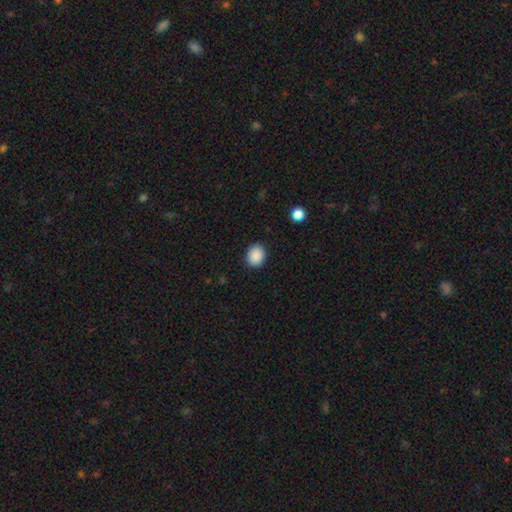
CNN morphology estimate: Smooth or featured? smooth (89%)
How rounded? round (56%)
Merging? none (89%)